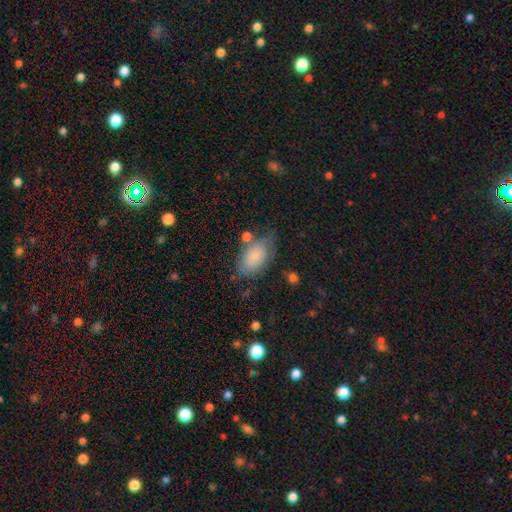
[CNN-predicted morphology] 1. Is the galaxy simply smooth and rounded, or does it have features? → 80% smooth, 12% featured or disk, 8% star or artifact.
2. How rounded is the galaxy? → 92% in between, 6% round, 2% cigar-shaped.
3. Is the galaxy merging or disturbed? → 57% none, 26% minor disturbance, 9% major disturbance, 7% merger.